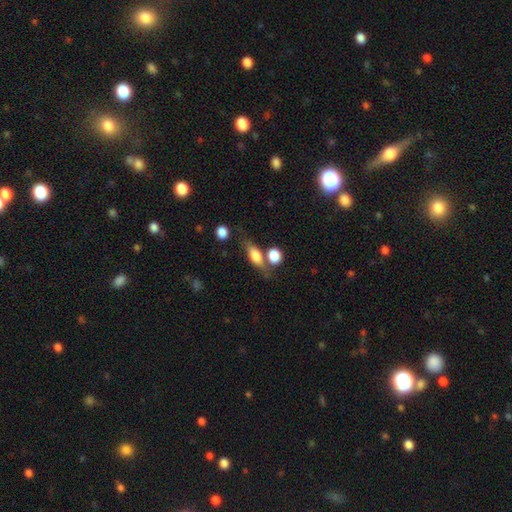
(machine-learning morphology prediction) Overall: smooth (65%; featured or disk 27%). How rounded: in between (61%; cigar-shaped 27%). Merging: none (58%; merger 18%).